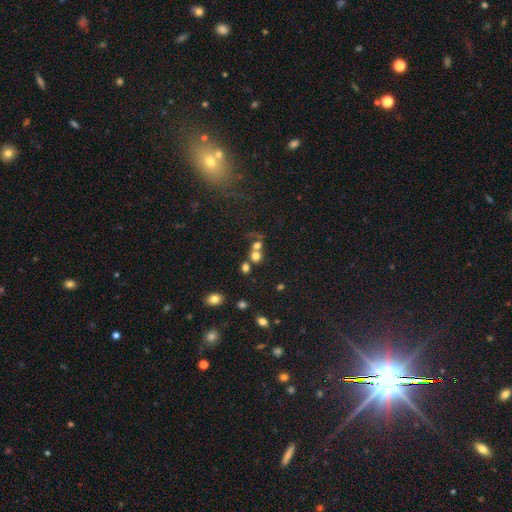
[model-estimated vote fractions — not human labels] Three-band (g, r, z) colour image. It shows a smooth galaxy with no disk features (68%) that is round (78%). Merging: merger (50%).